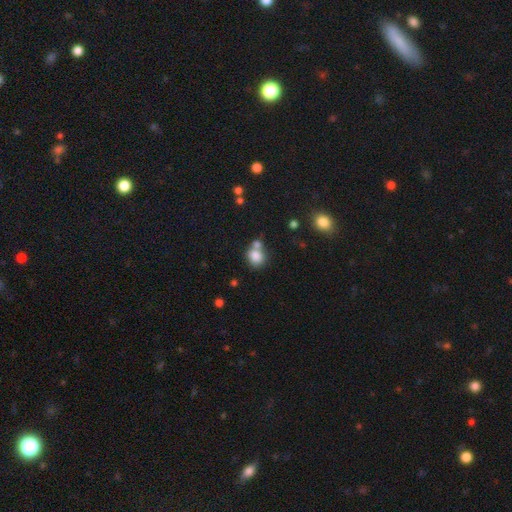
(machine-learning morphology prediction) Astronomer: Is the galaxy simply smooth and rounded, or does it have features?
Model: smooth — 82%.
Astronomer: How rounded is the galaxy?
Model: round — 67%.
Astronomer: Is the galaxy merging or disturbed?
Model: none — 47% (runner-up: merger, 37%).